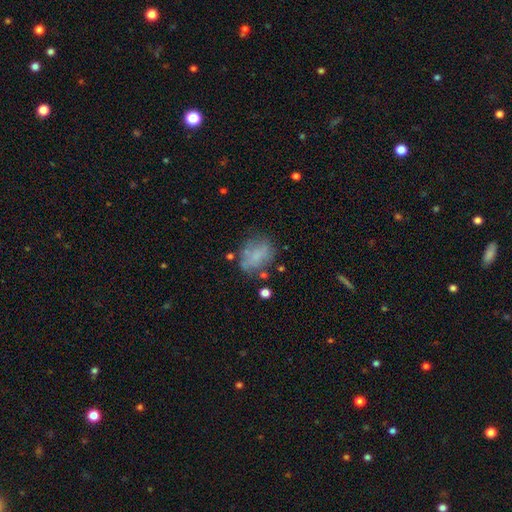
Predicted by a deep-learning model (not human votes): smooth 63%, featured or disk 26%, star or artifact 11%. Down the decision tree: how rounded — in between (65%); merging — none (55%).